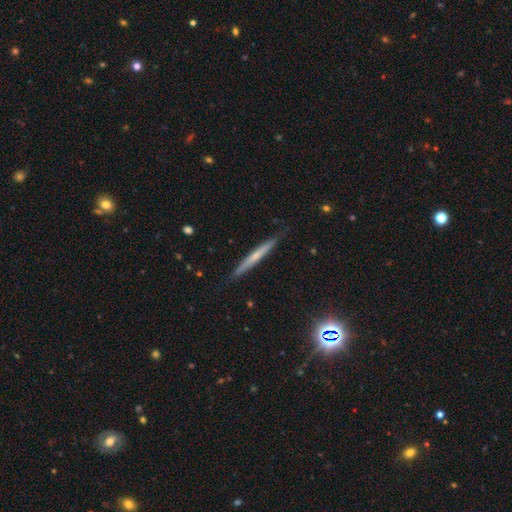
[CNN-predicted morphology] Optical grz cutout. It shows a featured or disk galaxy (54%) viewed edge-on (96%) with no central bulge (56%). Merging: none (88%).